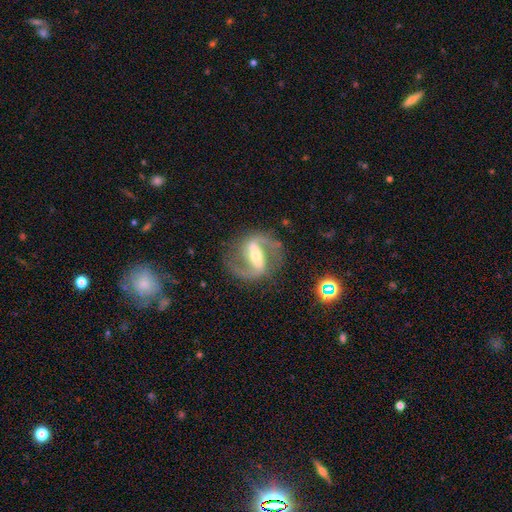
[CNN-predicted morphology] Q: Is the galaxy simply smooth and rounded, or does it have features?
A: featured or disk — 89%.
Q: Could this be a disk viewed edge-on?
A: no — 95%.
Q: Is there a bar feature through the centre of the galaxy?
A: strong — 71%.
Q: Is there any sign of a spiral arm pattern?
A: yes — 95%.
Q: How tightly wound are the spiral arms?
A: medium — 56%.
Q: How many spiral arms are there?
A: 2 — 93%.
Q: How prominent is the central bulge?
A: moderate — 47%.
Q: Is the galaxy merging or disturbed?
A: none — 81%.